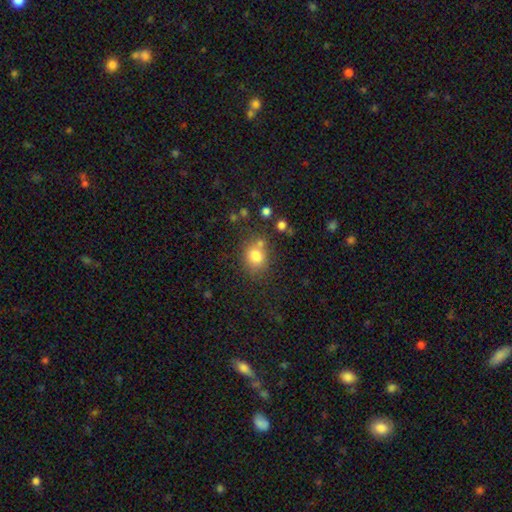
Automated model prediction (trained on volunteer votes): This is clearly a smooth galaxy (80%). How rounded: likely round (61%). Merging: likely none (63%).